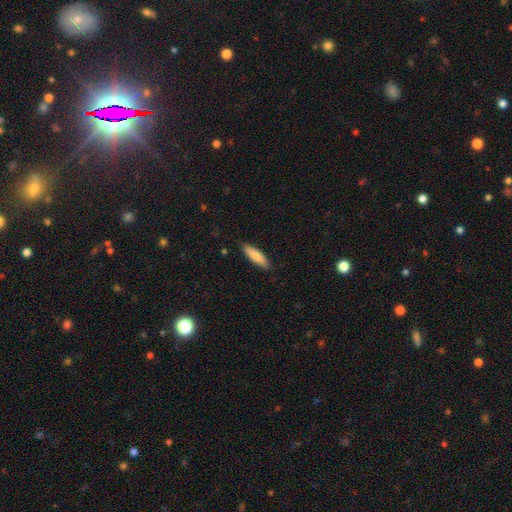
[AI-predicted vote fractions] Smooth or featured?
  - smooth: 82% *
  - featured or disk: 12%
  - star or artifact: 5%
How rounded?
  - cigar-shaped: 63% *
  - in between: 35%
  - round: 1%
Merging?
  - none: 88% *
  - minor disturbance: 9%
  - major disturbance: 2%
  - merger: 1%